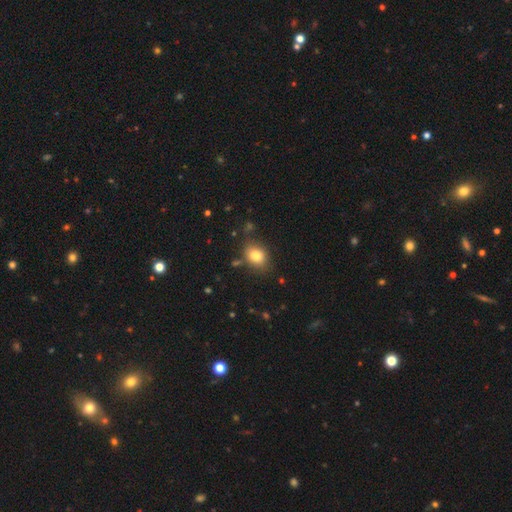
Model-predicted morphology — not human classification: smooth 80%, star or artifact 11%, featured or disk 9%. Down the decision tree: how rounded — in between (55%); merging — none (79%).